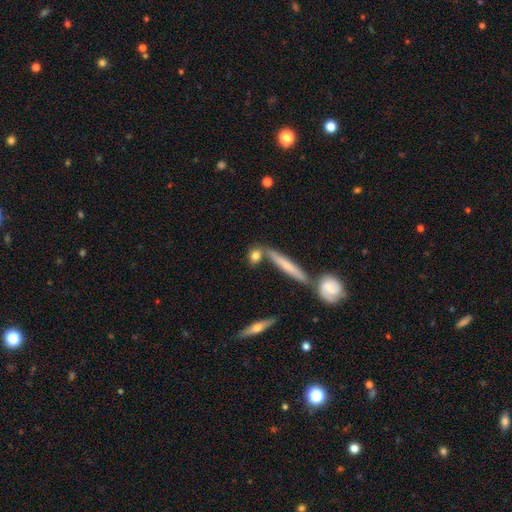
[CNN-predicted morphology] A smooth galaxy with no disk features (75%) that is round (34%, tied with cigar-shaped).

Vote fractions:
- Smooth or featured? smooth: 75% / featured or disk: 16% / star or artifact: 8%
- How rounded? round: 34% (tied) / cigar-shaped: 34% (tied) / in between: 33%
- Merging? none: 65% / merger: 19% / minor disturbance: 12% / major disturbance: 4%